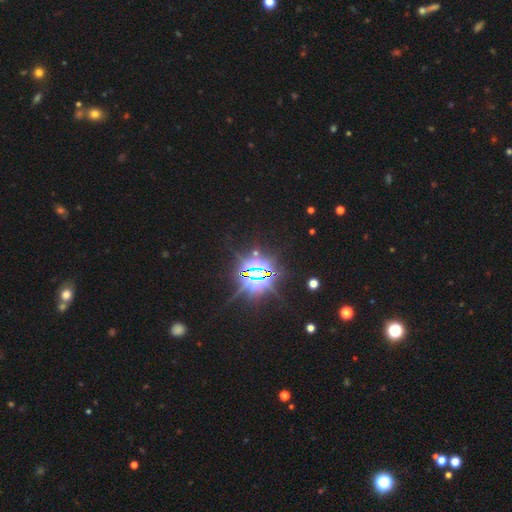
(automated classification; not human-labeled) Smooth or featured?
  - star or artifact: 84% *
  - featured or disk: 9%
  - smooth: 7%